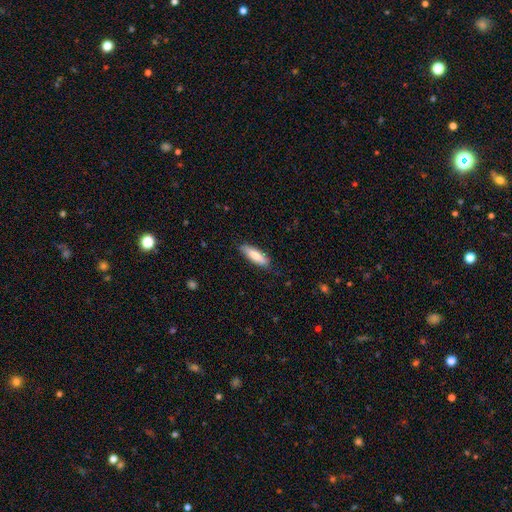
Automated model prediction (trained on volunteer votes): smooth_or_featured: smooth (p=0.80) [alt: featured or disk p=0.14]
how_rounded: cigar-shaped (p=0.51) [alt: in between p=0.47]
merging: none (p=0.82) [alt: minor disturbance p=0.15]